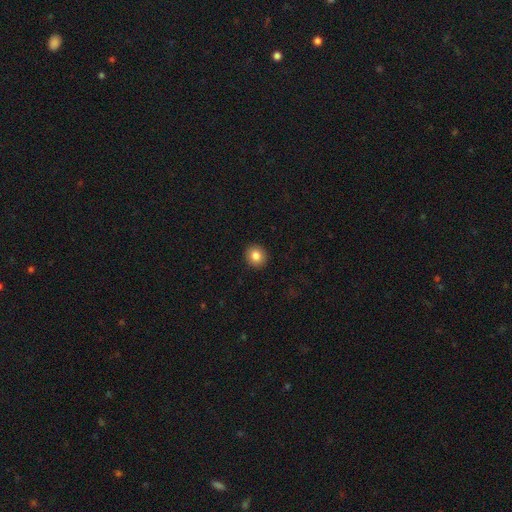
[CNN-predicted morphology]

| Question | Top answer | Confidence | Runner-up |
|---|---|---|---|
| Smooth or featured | smooth | 84% | star or artifact (10%) |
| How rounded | round | 87% | in between (12%) |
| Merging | none | 93% | minor disturbance (5%) |